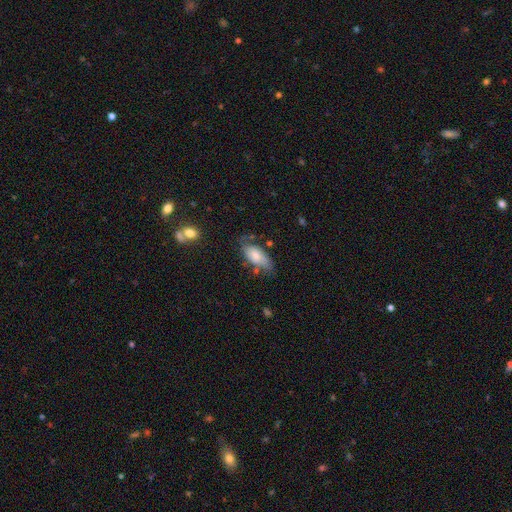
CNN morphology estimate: smooth-or-featured: smooth: 66% | featured or disk: 26% | star or artifact: 7%
  how-rounded: in between: 87% | cigar-shaped: 10% | round: 3%
  merging: none: 56% | minor disturbance: 29% | major disturbance: 10% | merger: 6%